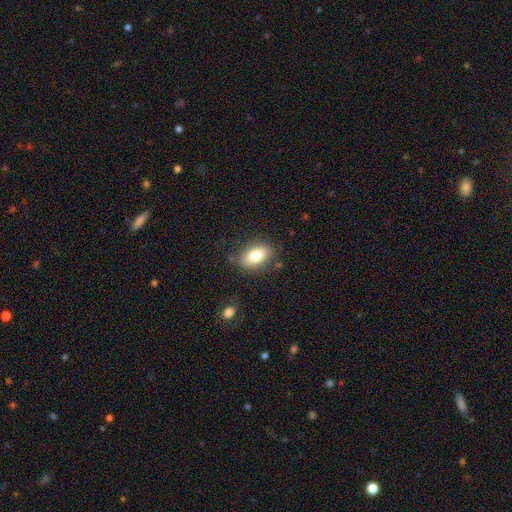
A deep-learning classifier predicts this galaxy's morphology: This appears to be a smooth galaxy with no disk features (81%) that is in between round and cigar-shaped (88%). Merging: none (81%).